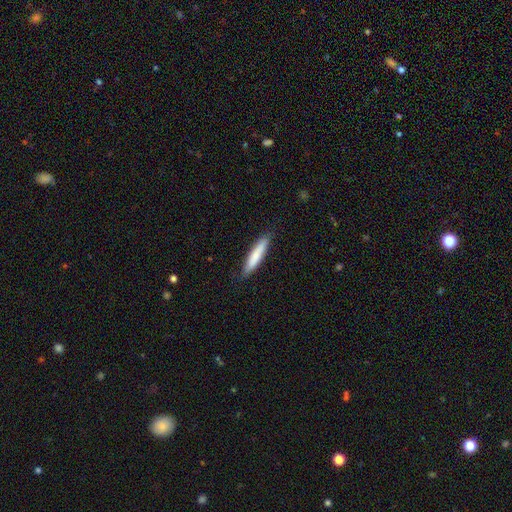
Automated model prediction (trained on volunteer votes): smooth_or_featured: smooth (p=0.78) [alt: featured or disk p=0.17]
how_rounded: cigar-shaped (p=0.88) [alt: in between p=0.10]
merging: none (p=0.86) [alt: minor disturbance p=0.11]